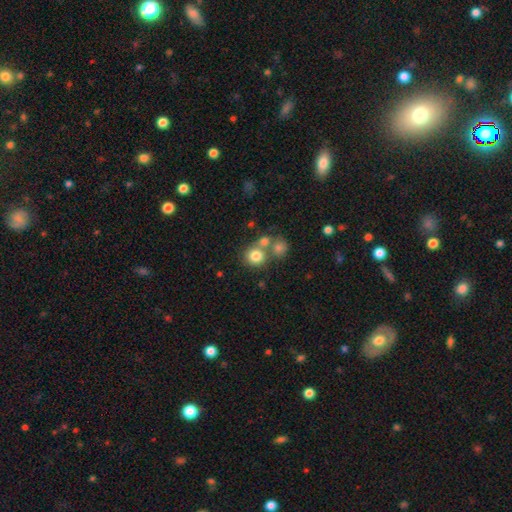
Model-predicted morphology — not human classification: Smooth or featured?
  - smooth: 78% *
  - star or artifact: 12%
  - featured or disk: 10%
How rounded?
  - round: 86% *
  - in between: 13%
  - cigar-shaped: 1%
Merging?
  - none: 55% *
  - merger: 32%
  - minor disturbance: 8%
  - major disturbance: 4%